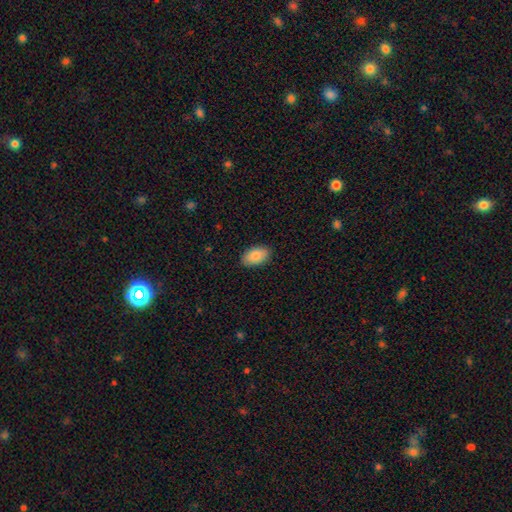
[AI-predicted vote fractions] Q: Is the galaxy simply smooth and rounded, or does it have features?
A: smooth — 87%.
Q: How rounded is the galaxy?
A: in between — 94%.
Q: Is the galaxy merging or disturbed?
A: none — 88%.